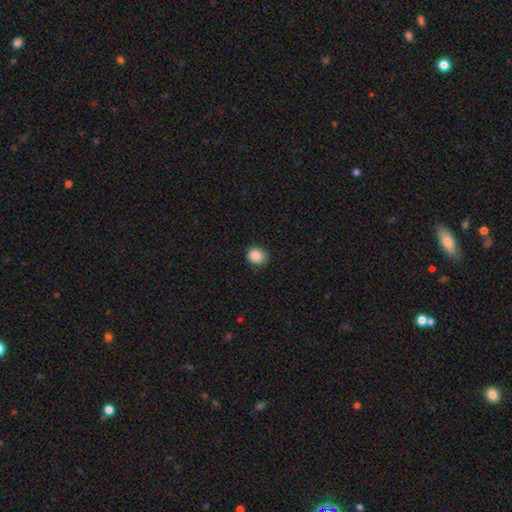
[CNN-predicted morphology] smooth 87%, star or artifact 9%, featured or disk 4%. Down the decision tree: how rounded — round (76%); merging — none (83%).